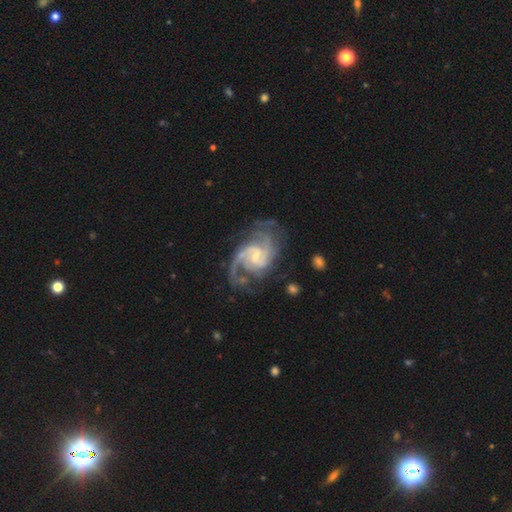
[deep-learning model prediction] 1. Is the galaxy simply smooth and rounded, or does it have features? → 92% featured or disk, 4% star or artifact, 3% smooth.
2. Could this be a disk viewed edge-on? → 98% no, 2% yes.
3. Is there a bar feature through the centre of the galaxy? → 57% weak, 30% no, 13% strong.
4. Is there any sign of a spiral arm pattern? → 98% yes, 2% no.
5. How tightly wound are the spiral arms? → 54% medium, 24% tight, 22% loose.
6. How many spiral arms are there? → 58% 2, 16% 3, 10% can't tell, 6% 1, 6% 4, 5% more than 4.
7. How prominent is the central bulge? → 63% small, 27% moderate, 7% none, 2% large, 1% dominant.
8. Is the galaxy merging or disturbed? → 59% none, 19% major disturbance, 19% minor disturbance, 3% merger.